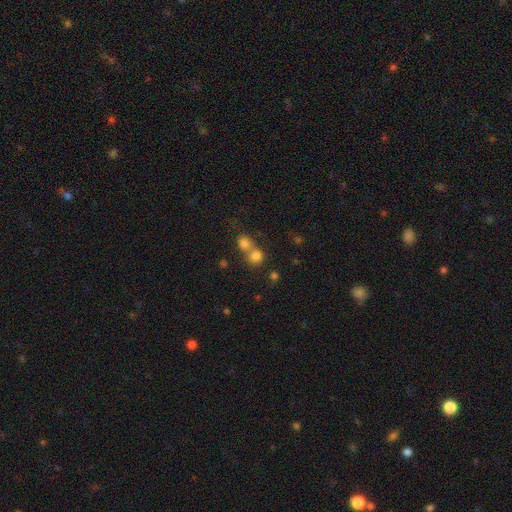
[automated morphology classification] Smooth or featured? Predicted: smooth (p=0.77). How rounded? Predicted: round (p=0.82). Merging? Predicted: merger (p=0.50).